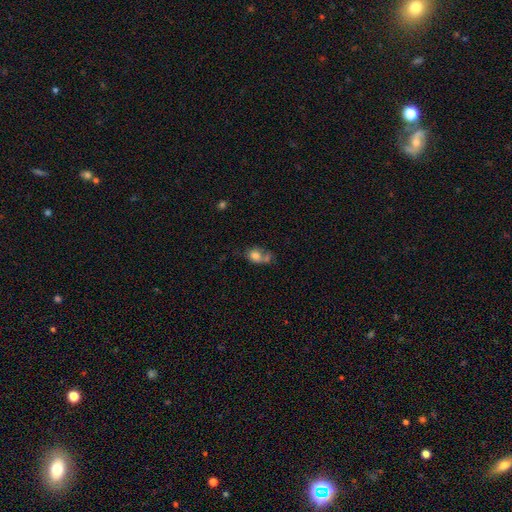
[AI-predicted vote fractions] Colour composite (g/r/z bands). It shows a smooth galaxy with no disk features (74%) that is in between round and cigar-shaped (52%). Merging: merger (42%).